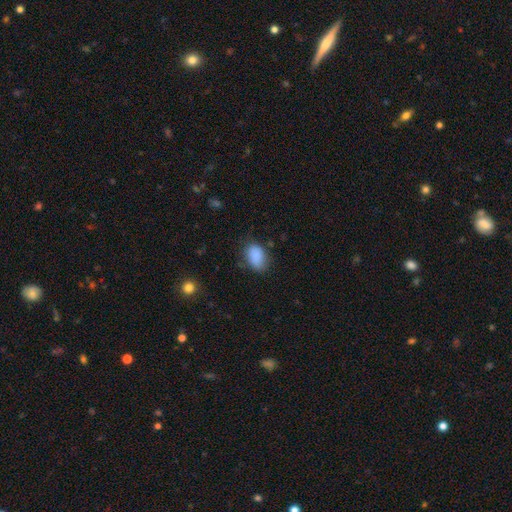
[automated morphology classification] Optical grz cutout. It shows a smooth galaxy with no disk features (87%) that is in between round and cigar-shaped (83%). Merging: none (68%).